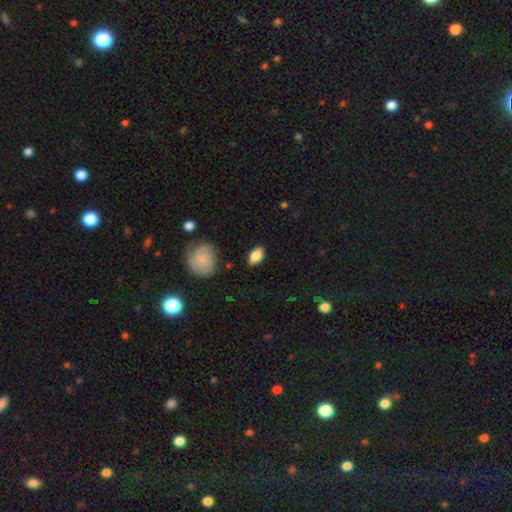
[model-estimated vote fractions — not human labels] Morphology: type=smooth (85%); roundness=in between (90%); merging=none (85%).